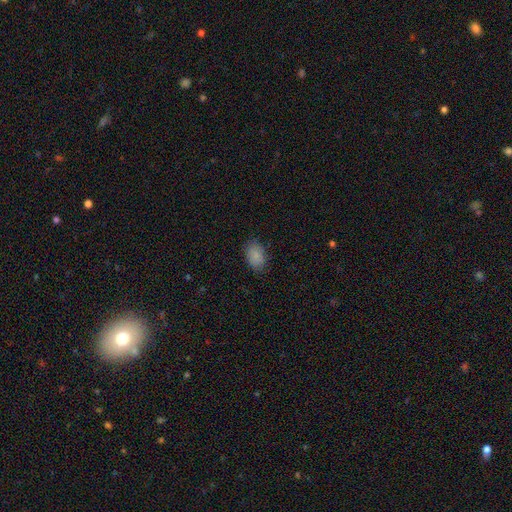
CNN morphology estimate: Q: Smooth or featured?
A: smooth (87%); runner-up: star or artifact (8%)
Q: How rounded?
A: in between (86%); runner-up: round (13%)
Q: Merging?
A: none (81%); runner-up: minor disturbance (15%)